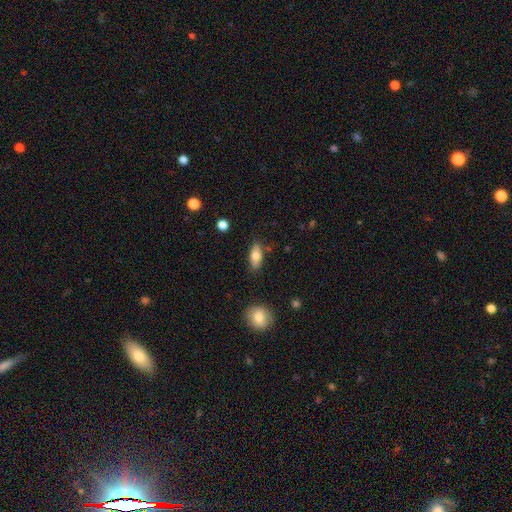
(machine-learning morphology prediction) This is likely a smooth galaxy (76%). How rounded: clearly in between (81%). Merging: clearly none (83%).